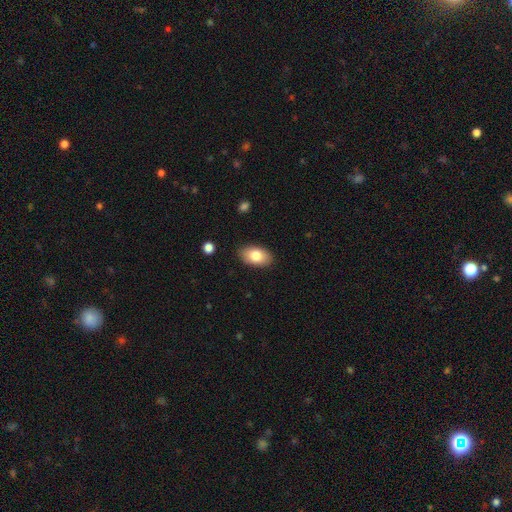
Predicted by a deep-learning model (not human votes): This appears to be a smooth galaxy with no disk features (81%) that is in between round and cigar-shaped (93%). Merging: none (87%).